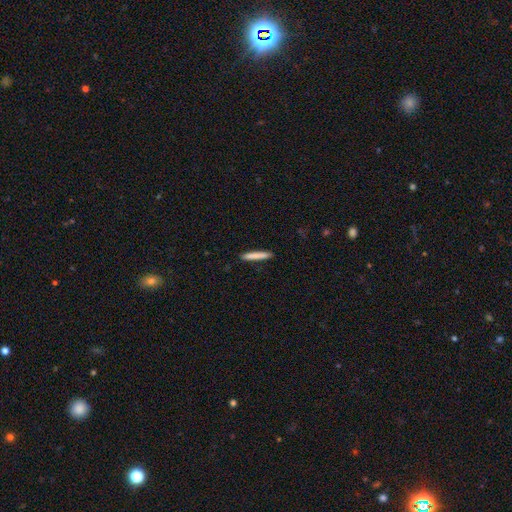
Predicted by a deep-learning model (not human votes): Smooth or featured?
  - smooth: 82% *
  - featured or disk: 13%
  - star or artifact: 6%
How rounded?
  - cigar-shaped: 96% *
  - in between: 3%
  - round: 1%
Merging?
  - none: 92% *
  - minor disturbance: 6%
  - major disturbance: 1%
  - merger: 1%